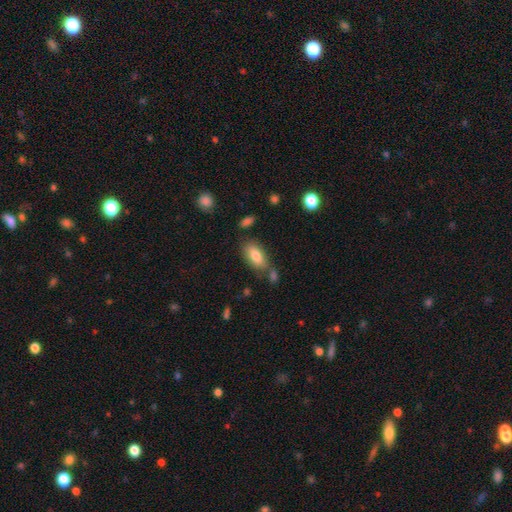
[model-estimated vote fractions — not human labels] Morphology: type=smooth (78%); roundness=in between (87%); merging=none (68%).